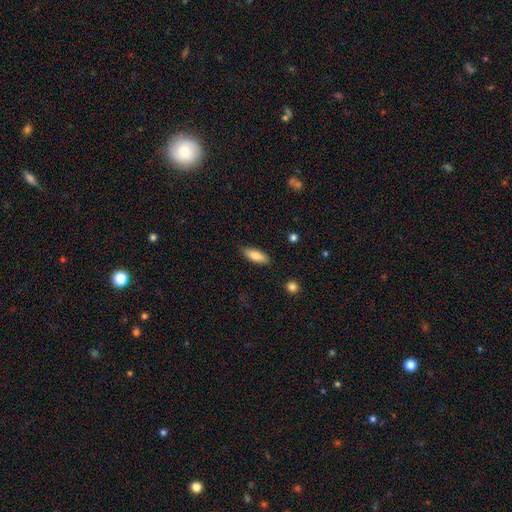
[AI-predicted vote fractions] A smooth galaxy with no disk features (80%) that is in between round and cigar-shaped (63%).

Vote fractions:
- Smooth or featured? smooth: 80% / featured or disk: 14% / star or artifact: 6%
- How rounded? in between: 63% / cigar-shaped: 34% / round: 2%
- Merging? none: 84% / minor disturbance: 12% / major disturbance: 3% / merger: 1%